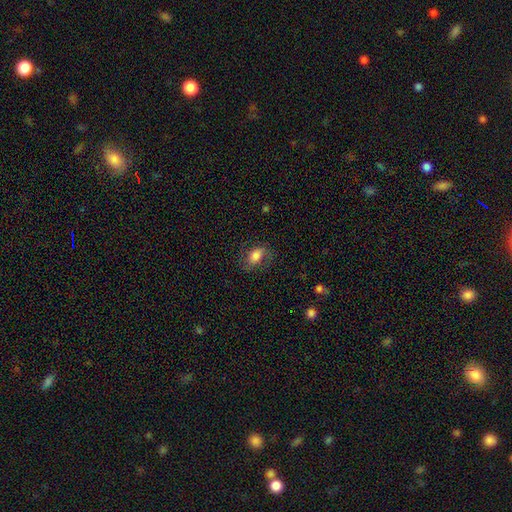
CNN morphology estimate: smooth_or_featured: smooth (p=0.62) [alt: featured or disk p=0.28]
how_rounded: in between (p=0.80) [alt: round p=0.18]
merging: none (p=0.69) [alt: minor disturbance p=0.19]